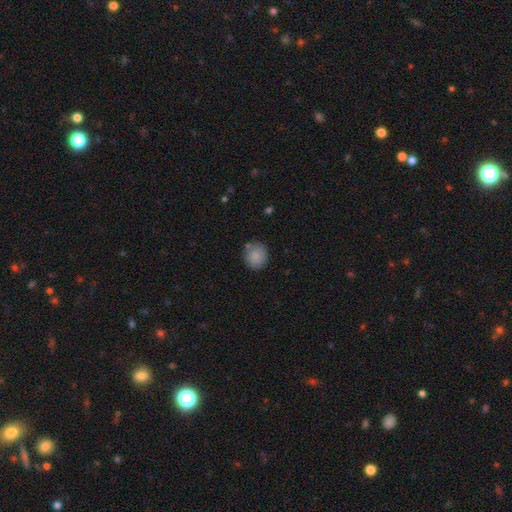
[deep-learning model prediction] The model was most divided on "merging": none: 79%, minor disturbance: 13%, merger: 5%, major disturbance: 3%. More confident: smooth or featured — smooth (86%); how rounded — round (83%).